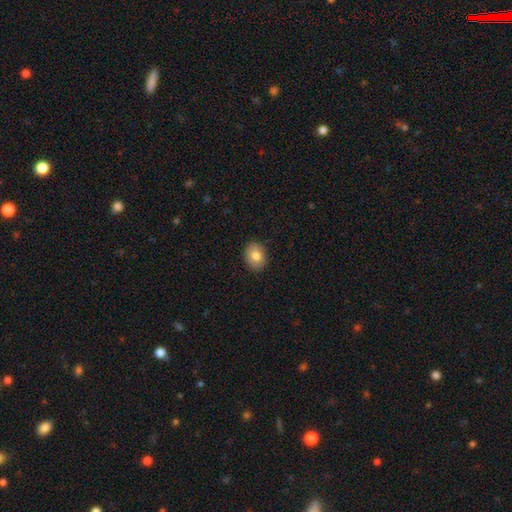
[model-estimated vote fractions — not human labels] smooth_or_featured: smooth (p=0.81) [alt: featured or disk p=0.11]
how_rounded: in between (p=0.57) [alt: round p=0.42]
merging: none (p=0.89) [alt: minor disturbance p=0.08]